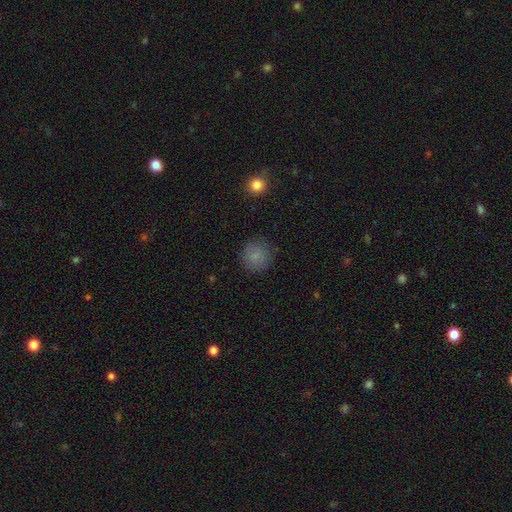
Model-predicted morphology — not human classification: smooth 83%, star or artifact 10%, featured or disk 6%. Down the decision tree: how rounded — round (93%); merging — none (86%).